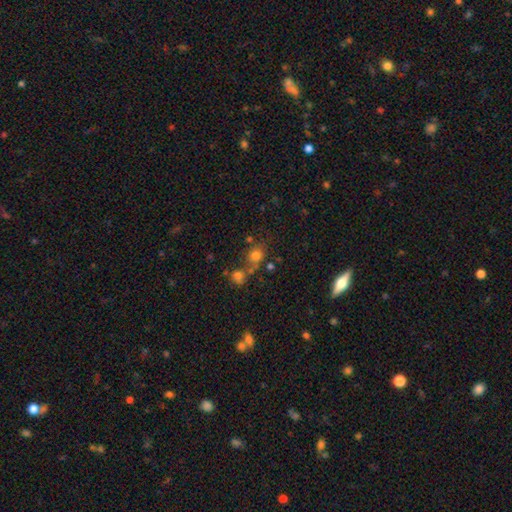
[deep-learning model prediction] A smooth galaxy with no disk features (73%) that is round (74%).

Vote fractions:
- Smooth or featured? smooth: 73% / star or artifact: 16% / featured or disk: 11%
- How rounded? round: 74% / in between: 25% / cigar-shaped: 1%
- Merging? none: 53% / merger: 28% / minor disturbance: 12% / major disturbance: 7%